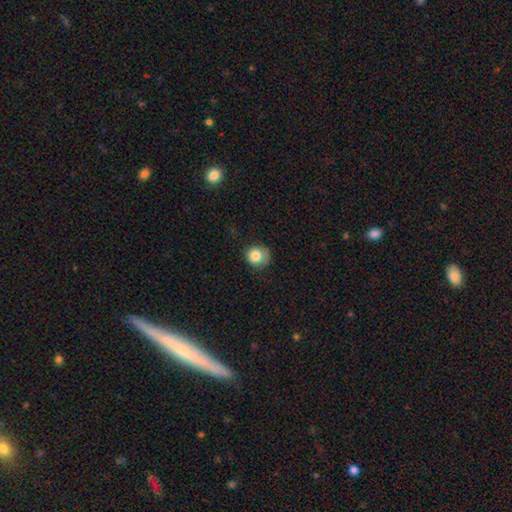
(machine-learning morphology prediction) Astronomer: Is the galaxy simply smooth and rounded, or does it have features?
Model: smooth — 83%.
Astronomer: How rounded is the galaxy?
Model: round — 86%.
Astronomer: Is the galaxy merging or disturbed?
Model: none — 68%.